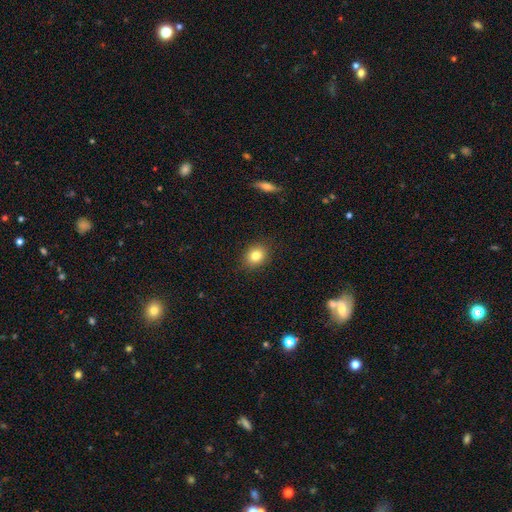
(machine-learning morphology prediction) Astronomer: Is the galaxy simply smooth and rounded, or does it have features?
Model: smooth — 82%.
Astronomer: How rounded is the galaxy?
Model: round — 55% (runner-up: in between, 44%).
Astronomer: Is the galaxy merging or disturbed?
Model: none — 89%.